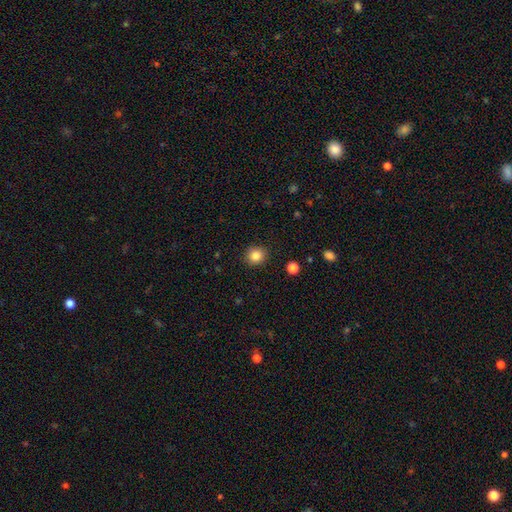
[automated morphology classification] This is clearly a smooth galaxy (84%). How rounded: clearly round (83%). Merging: clearly none (90%).